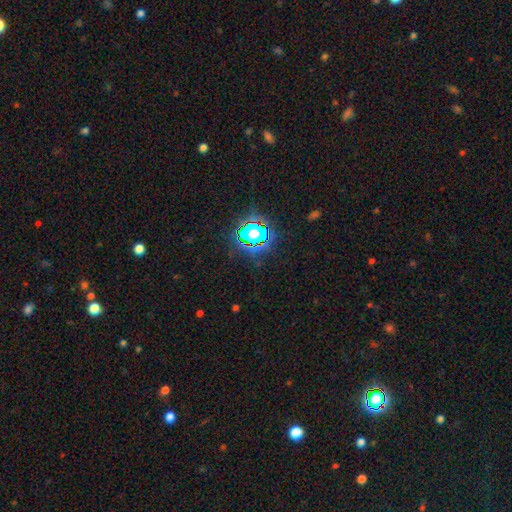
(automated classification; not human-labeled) Smooth or featured? star or artifact (80%)